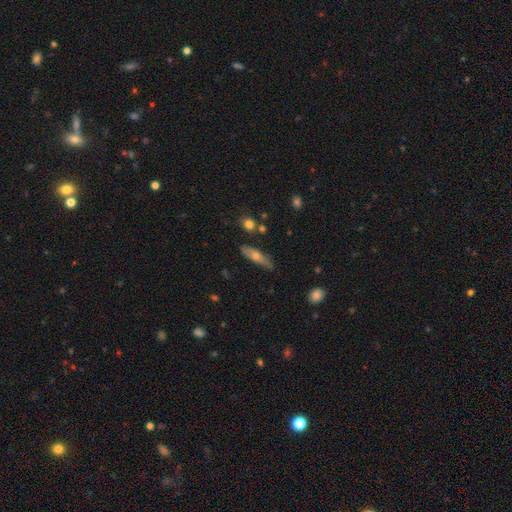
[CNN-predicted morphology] Overall: smooth (48%; featured or disk 45%). Merging: none (76%).